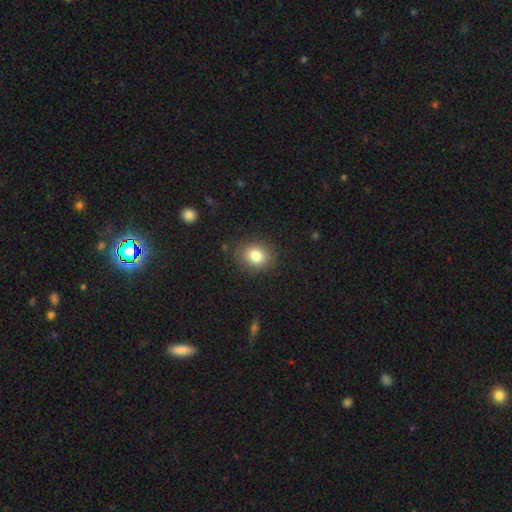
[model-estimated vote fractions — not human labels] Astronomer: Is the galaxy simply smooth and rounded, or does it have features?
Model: smooth — 83%.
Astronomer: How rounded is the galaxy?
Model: round — 61% (runner-up: in between, 38%).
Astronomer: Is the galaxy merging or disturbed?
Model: none — 86%.